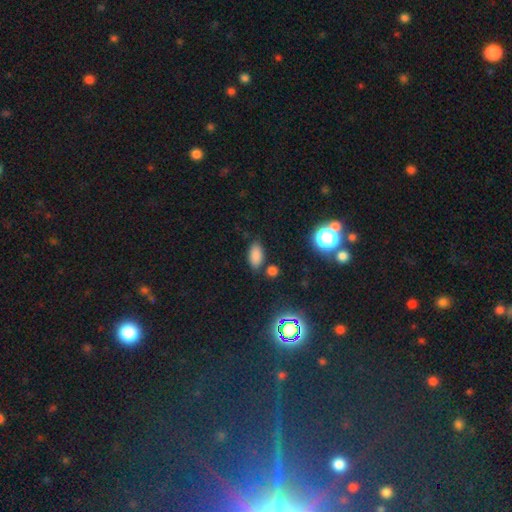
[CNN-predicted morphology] The model was most divided on "smooth or featured": smooth: 80%, star or artifact: 15%, featured or disk: 6%. More confident: how rounded — in between (89%); merging — none (79%).